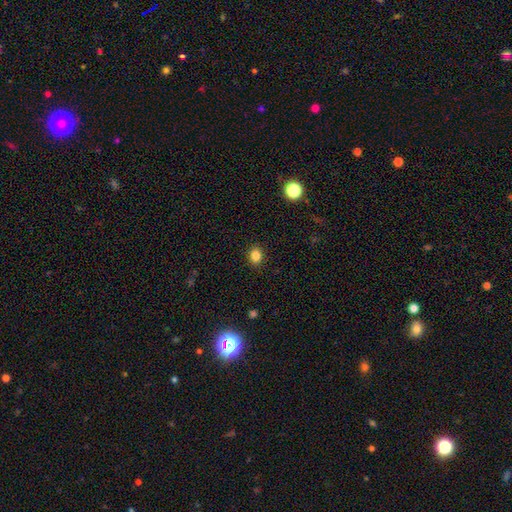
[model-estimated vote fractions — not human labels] Smooth or featured?
  - smooth: 84% *
  - star or artifact: 12%
  - featured or disk: 4%
How rounded?
  - in between: 50% *
  - round: 49%
  - cigar-shaped: 1%
Merging?
  - none: 89% *
  - minor disturbance: 8%
  - major disturbance: 2%
  - merger: 1%